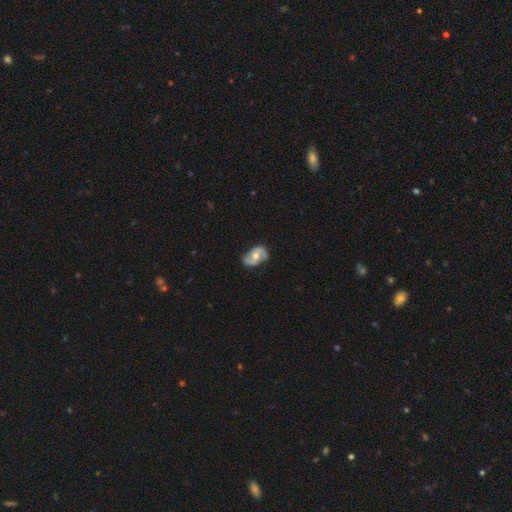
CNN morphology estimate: Overall: featured or disk (66%; smooth 28%). Edge-on disk: no (96%). Bar: no (63%; weak 29%). Spiral arms: yes (82%). Spiral arm count: 2 (87%). Spiral winding: medium (41%; loose 37%). Bulge size: moderate (75%). Merging: none (73%).